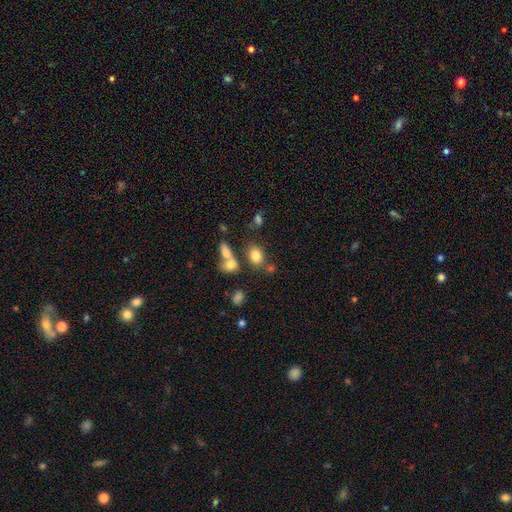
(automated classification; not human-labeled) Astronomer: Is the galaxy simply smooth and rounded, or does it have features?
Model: smooth — 80%.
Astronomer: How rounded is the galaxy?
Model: in between — 71%.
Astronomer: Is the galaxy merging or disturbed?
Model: none — 63%.